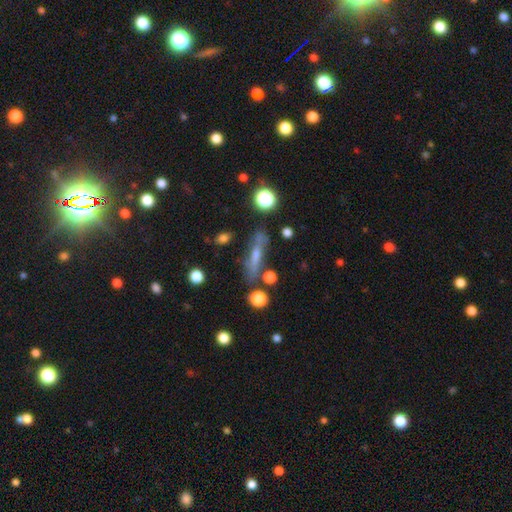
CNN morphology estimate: The model was most divided on "smooth or featured": smooth: 44%, featured or disk: 43%, star or artifact: 13%. More confident: merging — none (72%).